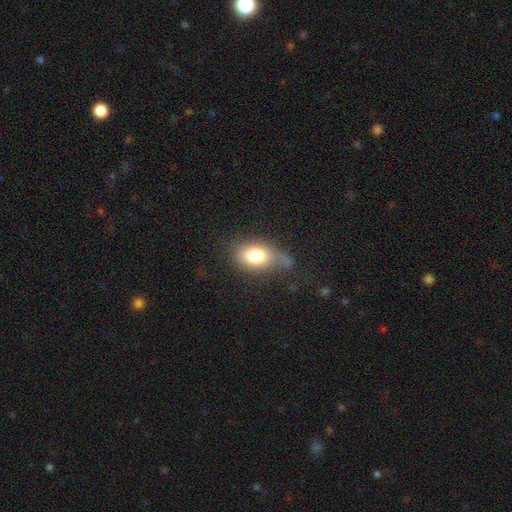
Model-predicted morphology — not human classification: Smooth or featured? smooth (77%)
How rounded? in between (81%)
Merging? none (49%)